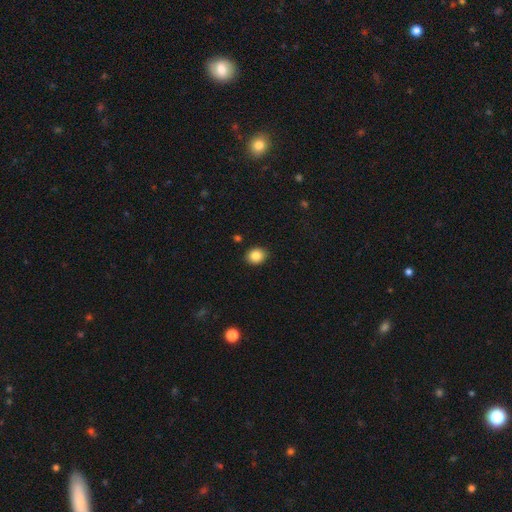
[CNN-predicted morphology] Q: Smooth or featured?
A: smooth (85%); runner-up: star or artifact (9%)
Q: How rounded?
A: round (62%); runner-up: in between (37%)
Q: Merging?
A: none (89%); runner-up: minor disturbance (8%)